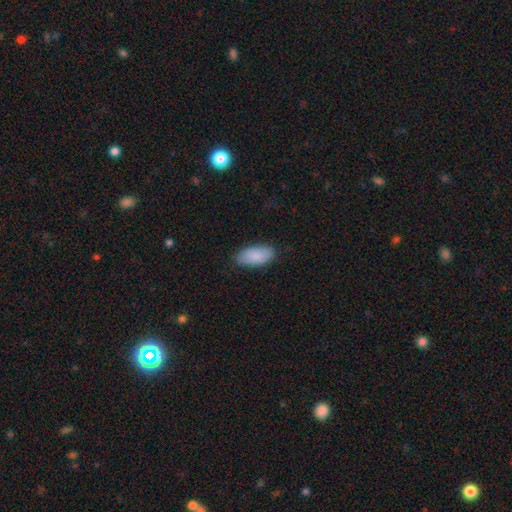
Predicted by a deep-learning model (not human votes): Smooth or featured? Predicted: smooth (p=0.88). How rounded? Predicted: in between (p=0.92). Merging? Predicted: none (p=0.82).